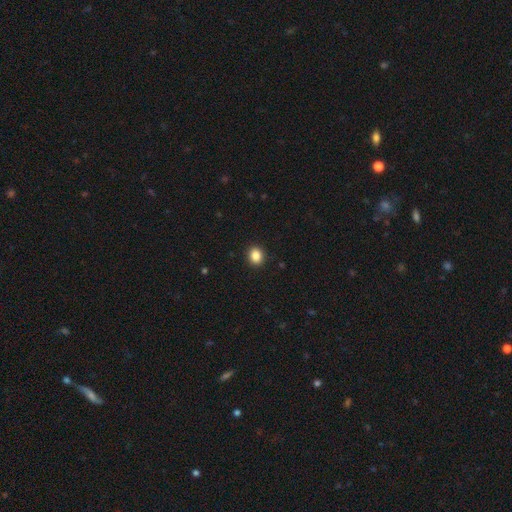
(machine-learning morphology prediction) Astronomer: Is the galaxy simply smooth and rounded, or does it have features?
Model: smooth — 87%.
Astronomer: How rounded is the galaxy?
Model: round — 65%.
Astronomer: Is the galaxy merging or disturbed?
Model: none — 92%.